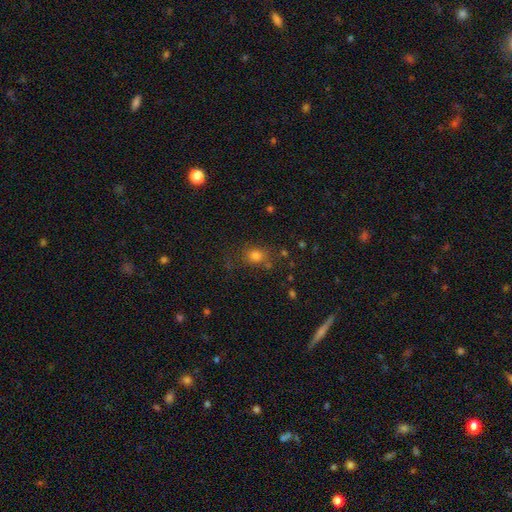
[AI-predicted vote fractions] smooth_or_featured: smooth (p=0.74) [alt: star or artifact p=0.18]
how_rounded: round (p=0.68) [alt: in between p=0.30]
merging: none (p=0.73) [alt: minor disturbance p=0.15]